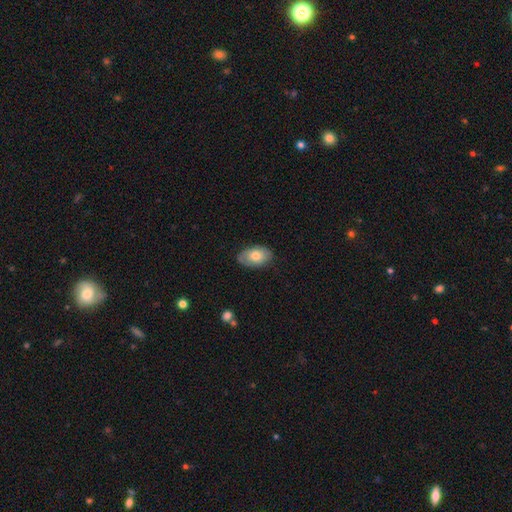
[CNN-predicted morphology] smooth 69%, featured or disk 24%, star or artifact 6%. Down the decision tree: how rounded — in between (90%); merging — none (78%).